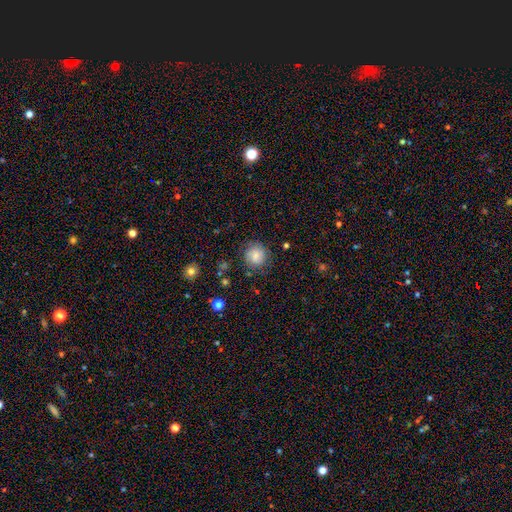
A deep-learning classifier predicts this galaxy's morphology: This is likely a smooth galaxy (77%). How rounded: clearly round (91%). Merging: clearly none (81%).